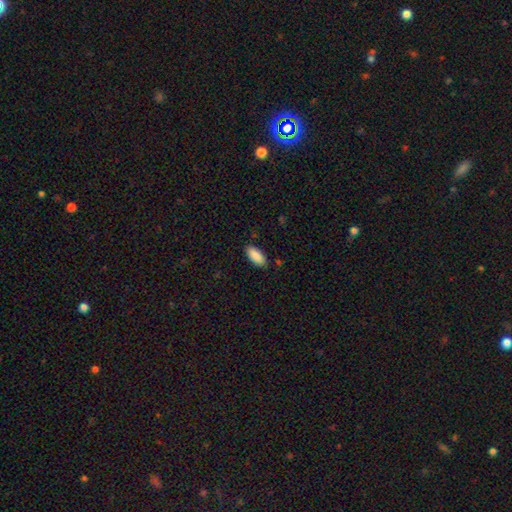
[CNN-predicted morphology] type=smooth (90%); roundness=in between (89%); merging=none (86%).